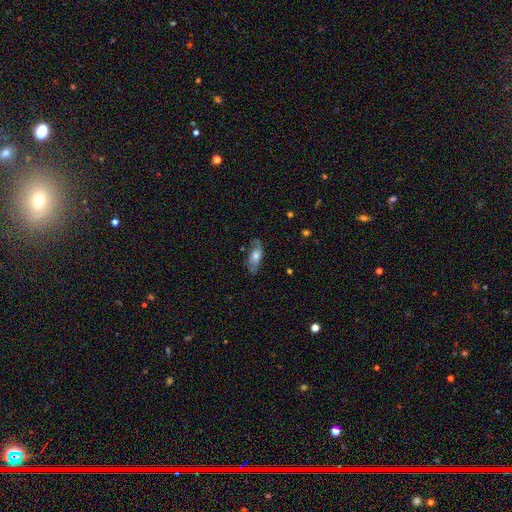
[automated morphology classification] smooth-or-featured: featured or disk: 51% | smooth: 41% | star or artifact: 8%
  disk-edge-on: no: 83% | yes: 17%
  merging: none: 64% | minor disturbance: 24% | major disturbance: 11% | merger: 2%